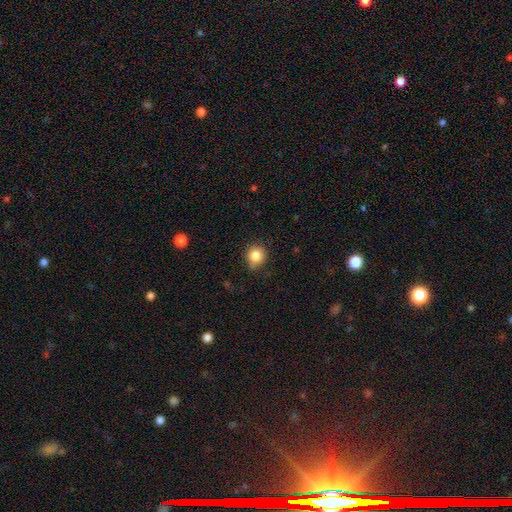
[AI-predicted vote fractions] smooth 85%, star or artifact 10%, featured or disk 5%. Down the decision tree: how rounded — round (81%); merging — none (76%).